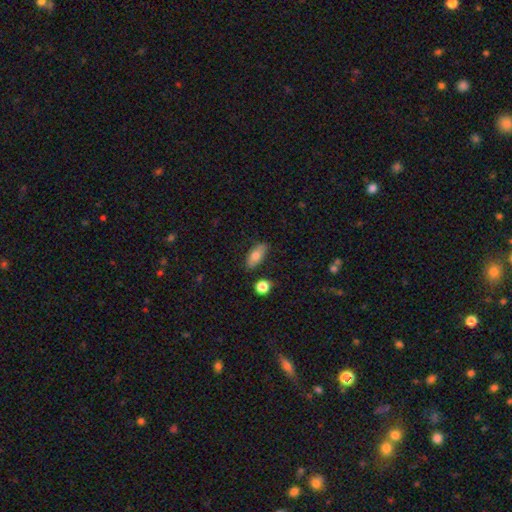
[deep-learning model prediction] Smooth or featured: smooth — 70% (featured or disk — 22%)
How rounded: in between — 81% (cigar-shaped — 13%)
Merging: none — 80% (minor disturbance — 14%)